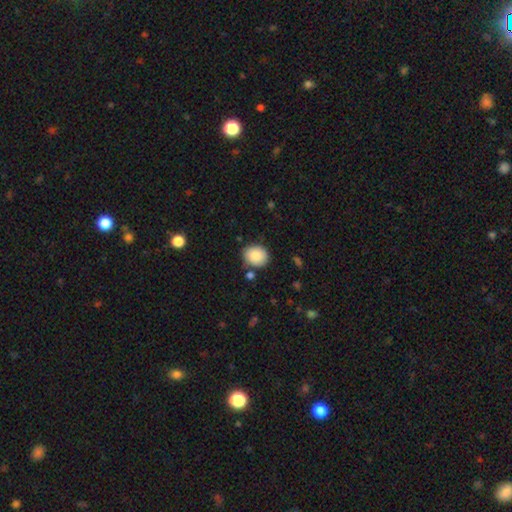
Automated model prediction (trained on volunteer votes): This is clearly a smooth galaxy (87%). How rounded: likely round (68%). Merging: likely none (80%).